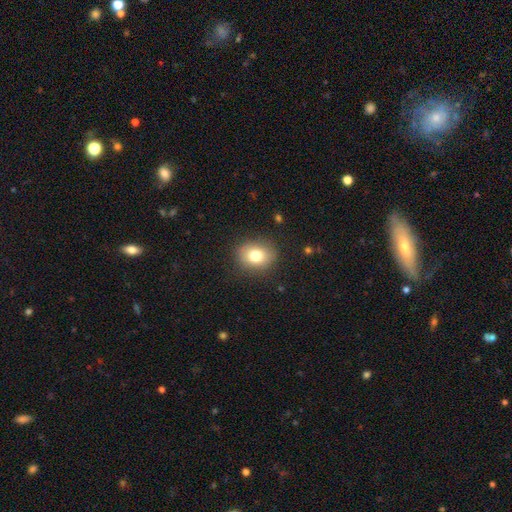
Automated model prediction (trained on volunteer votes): Morphology: type=smooth (77%); roundness=round (54%); merging=none (85%).